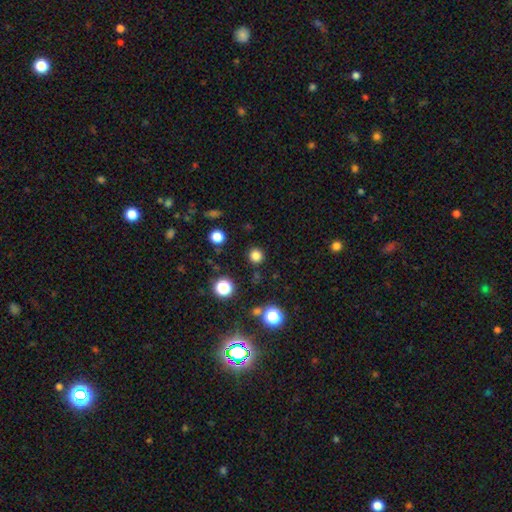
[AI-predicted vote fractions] This is likely a smooth galaxy (79%). How rounded: clearly round (93%). Merging: clearly none (89%).